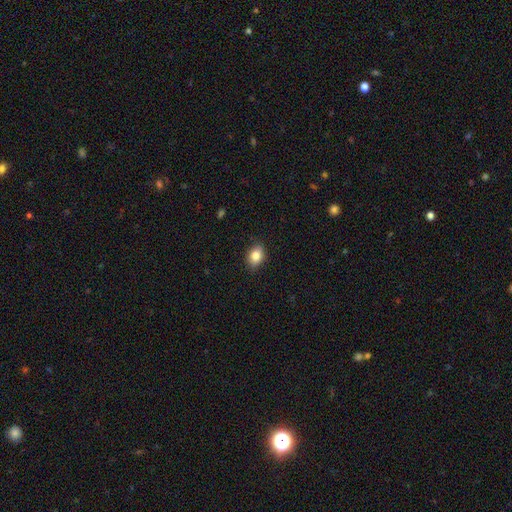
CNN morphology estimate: smooth_or_featured: smooth (p=0.84) [alt: star or artifact p=0.09]
how_rounded: in between (p=0.72) [alt: round p=0.26]
merging: none (p=0.88) [alt: minor disturbance p=0.09]